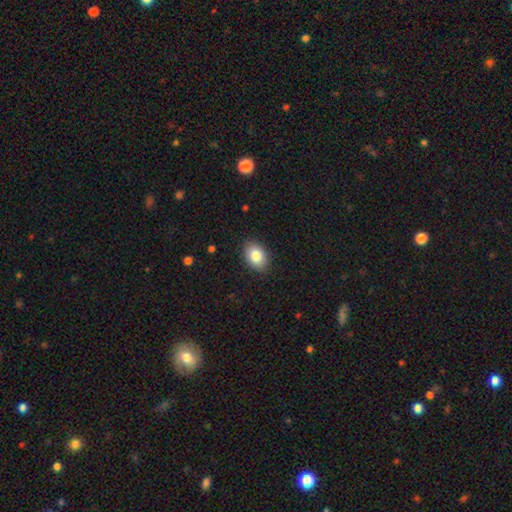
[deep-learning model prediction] Morphology: type=smooth (83%); roundness=in between (78%); merging=none (88%).